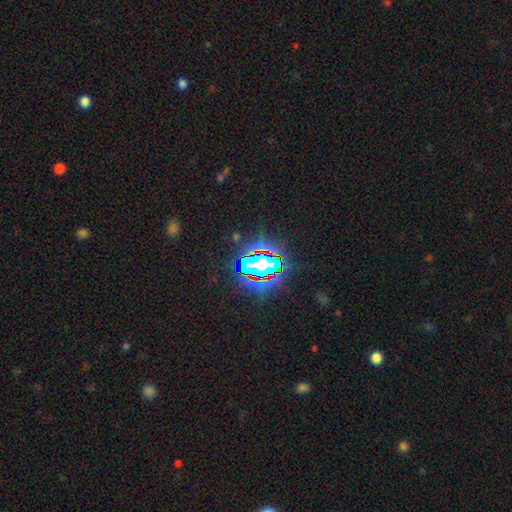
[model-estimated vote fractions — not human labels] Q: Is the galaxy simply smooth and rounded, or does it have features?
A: star or artifact — 81%.